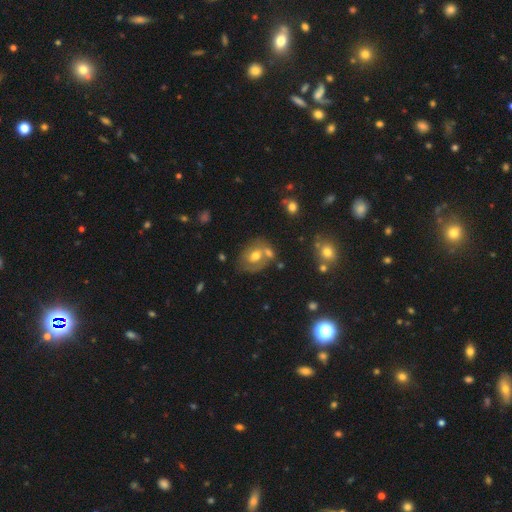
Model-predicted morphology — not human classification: type=smooth (49%); merging=none (46%).